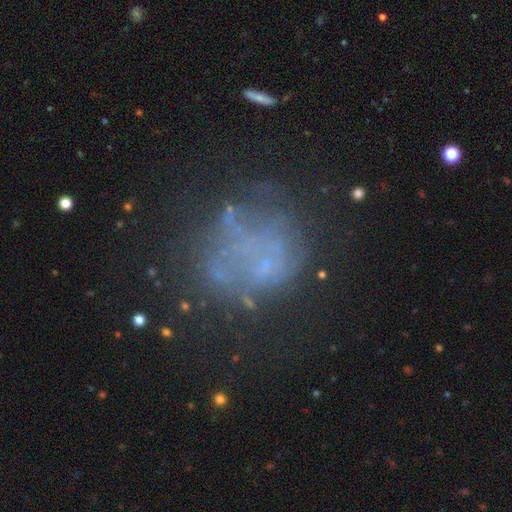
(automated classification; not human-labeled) smooth-or-featured: featured or disk: 44% | smooth: 34% | star or artifact: 23%
  merging: none: 53% | major disturbance: 21% | minor disturbance: 18% | merger: 8%